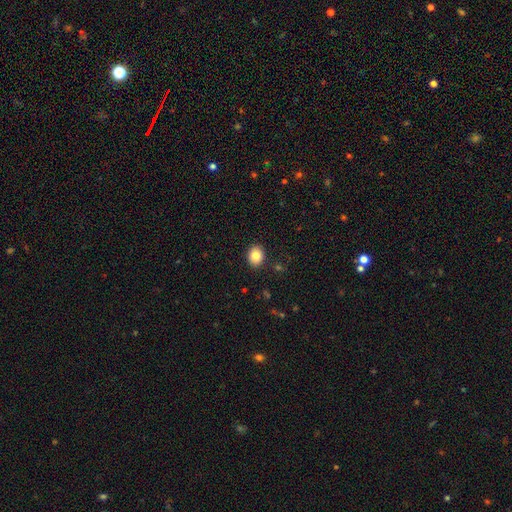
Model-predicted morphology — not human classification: smooth 83%, star or artifact 9%, featured or disk 8%. Down the decision tree: how rounded — round (51%); merging — none (90%).